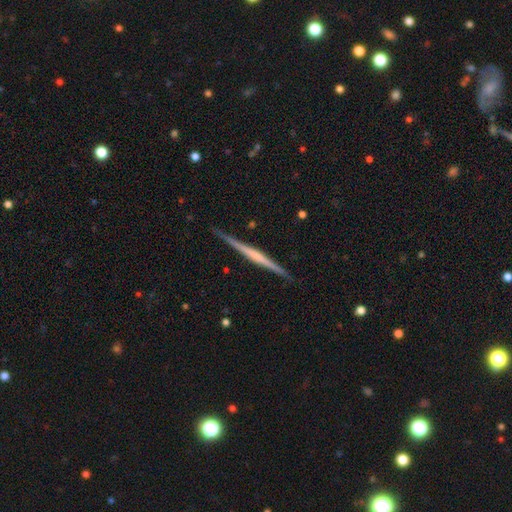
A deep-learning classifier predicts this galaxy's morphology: The model was most divided on "edge-on bulge": none: 61%, rounded: 24%, boxy: 16%. More confident: edge-on disk — yes (98%); merging — none (90%); smooth or featured — featured or disk (72%).